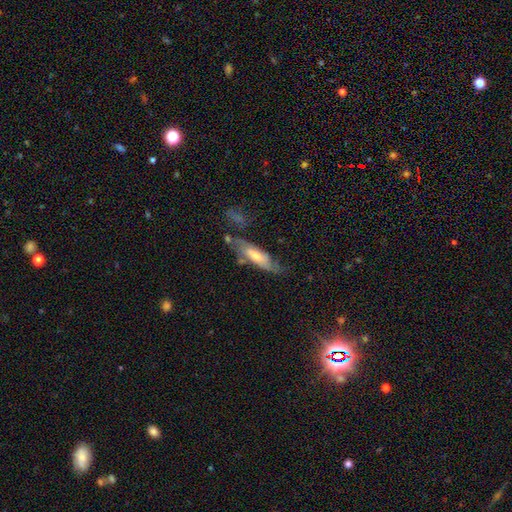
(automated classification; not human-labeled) This appears to be a featured or disk galaxy (56%). Merging: none (62%).